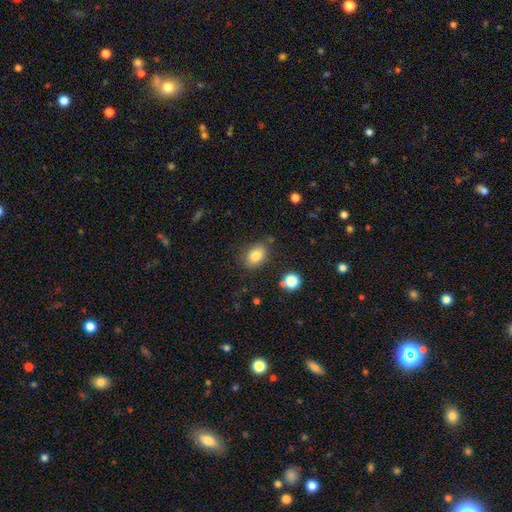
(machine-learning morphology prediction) A smooth galaxy with no disk features (81%) that is in between round and cigar-shaped (75%).

Vote fractions:
- Smooth or featured? smooth: 81% / star or artifact: 10% / featured or disk: 9%
- How rounded? in between: 75% / round: 24% / cigar-shaped: 1%
- Merging? none: 76% / minor disturbance: 16% / major disturbance: 4% / merger: 4%